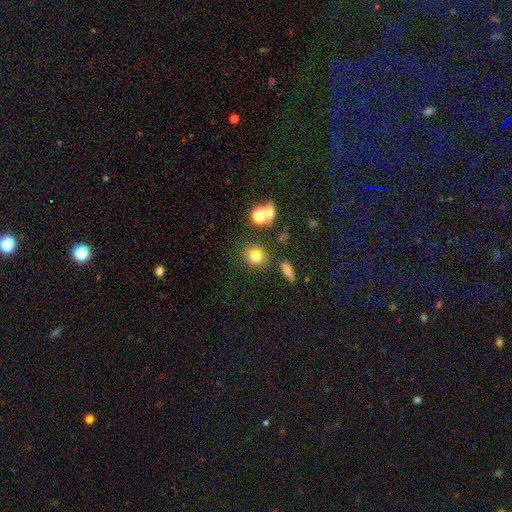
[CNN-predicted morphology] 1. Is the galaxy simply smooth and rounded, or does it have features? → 68% smooth, 23% star or artifact, 9% featured or disk.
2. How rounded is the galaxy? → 75% round, 24% in between, 2% cigar-shaped.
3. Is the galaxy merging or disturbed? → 74% none, 12% minor disturbance, 9% merger, 5% major disturbance.